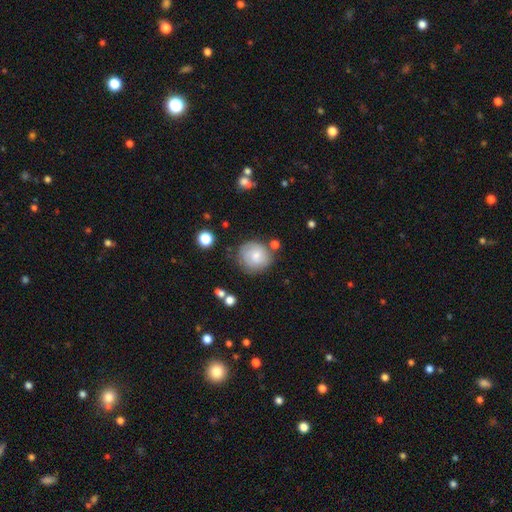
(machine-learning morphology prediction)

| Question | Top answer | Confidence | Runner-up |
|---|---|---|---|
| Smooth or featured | smooth | 69% | featured or disk (24%) |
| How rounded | round | 87% | in between (12%) |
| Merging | none | 69% | minor disturbance (19%) |